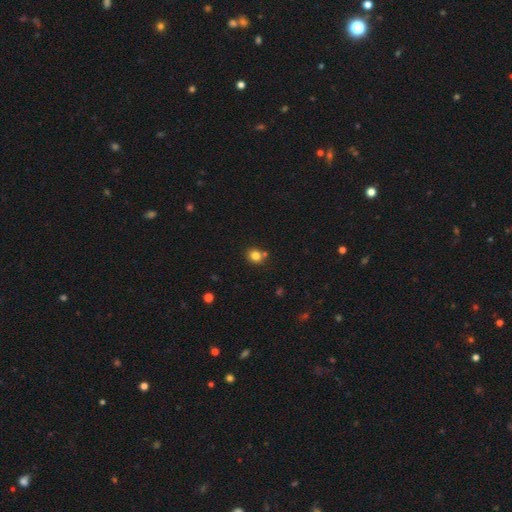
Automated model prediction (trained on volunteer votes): Overall: smooth (81%). How rounded: round (77%). Merging: none (72%).